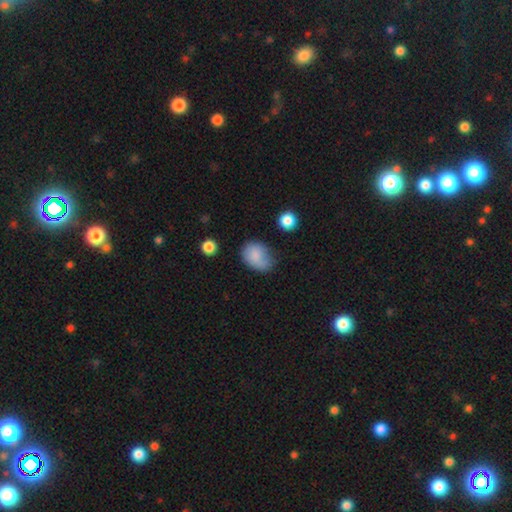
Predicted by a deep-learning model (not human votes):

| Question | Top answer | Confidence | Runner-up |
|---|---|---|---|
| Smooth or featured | smooth | 82% | featured or disk (10%) |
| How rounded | in between | 69% | round (30%) |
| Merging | none | 51% | minor disturbance (34%) |